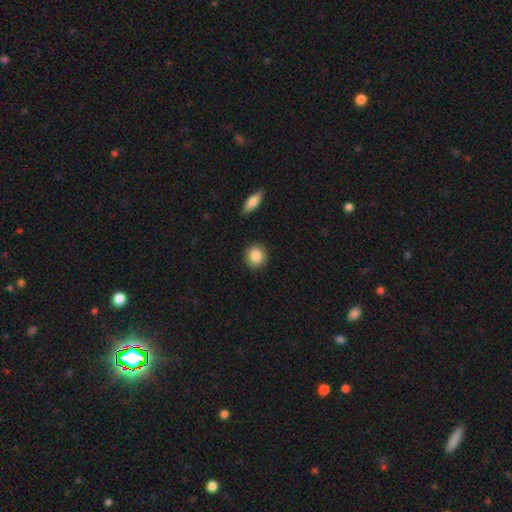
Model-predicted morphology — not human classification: Smooth or featured: smooth — 87% (star or artifact — 7%)
How rounded: round — 85% (in between — 14%)
Merging: none — 89% (minor disturbance — 7%)